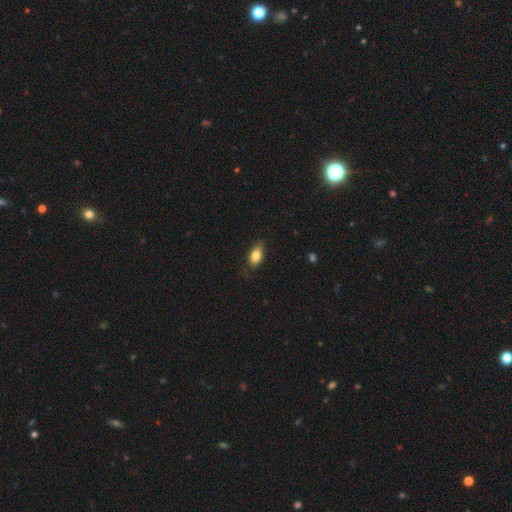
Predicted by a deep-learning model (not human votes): smooth-or-featured: smooth: 79% | featured or disk: 13% | star or artifact: 8%
  how-rounded: in between: 87% | round: 8% | cigar-shaped: 6%
  merging: none: 72% | minor disturbance: 23% | major disturbance: 4% | merger: 1%